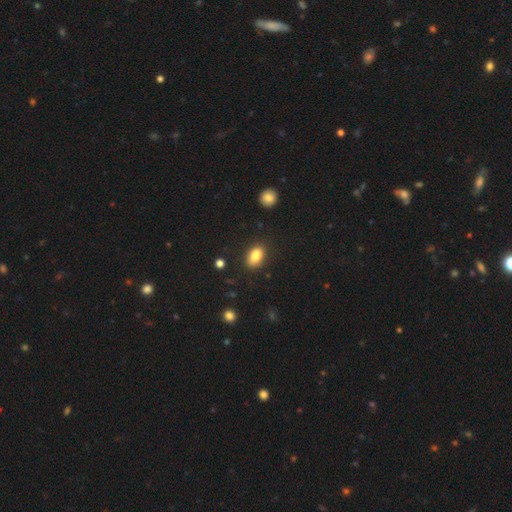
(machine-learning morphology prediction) The model was most divided on "merging": none: 85%, minor disturbance: 11%, major disturbance: 3%, merger: 1%. More confident: how rounded — in between (87%); smooth or featured — smooth (84%).